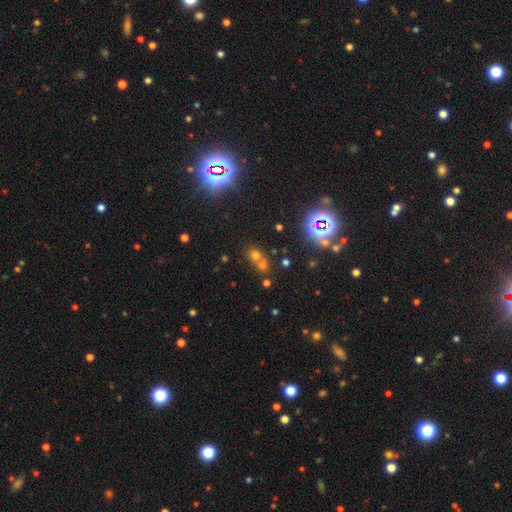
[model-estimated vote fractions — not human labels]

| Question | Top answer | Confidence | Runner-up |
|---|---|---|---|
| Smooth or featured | smooth | 47% | star or artifact (41%) |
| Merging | merger | 45% | tied: none (45%) |